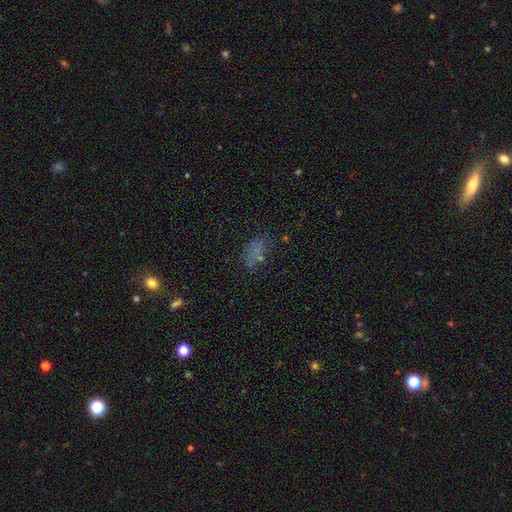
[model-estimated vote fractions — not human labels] Overall: smooth (52%; star or artifact 30%). How rounded: in between (83%). Merging: none (55%; minor disturbance 21%).